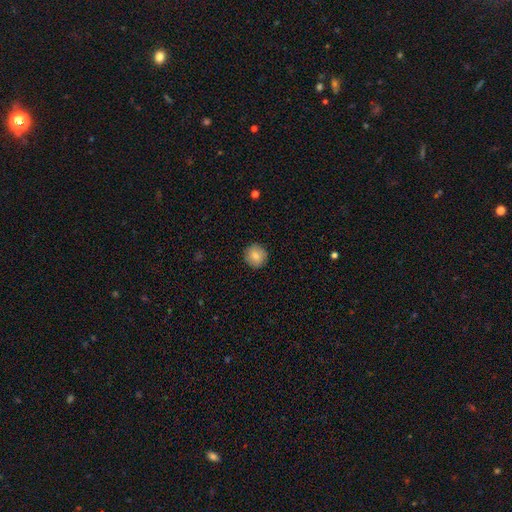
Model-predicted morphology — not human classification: smooth 82%, featured or disk 10%, star or artifact 8%. Down the decision tree: how rounded — round (92%); merging — none (91%).